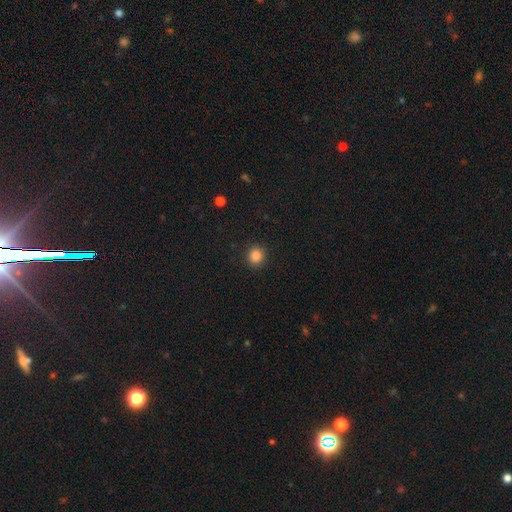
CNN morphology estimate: A smooth galaxy with no disk features (86%) that is round (83%).

Vote fractions:
- Smooth or featured? smooth: 86% / star or artifact: 11% / featured or disk: 3%
- How rounded? round: 83% / in between: 16% / cigar-shaped: 1%
- Merging? none: 91% / minor disturbance: 6% / major disturbance: 2% / merger: 1%